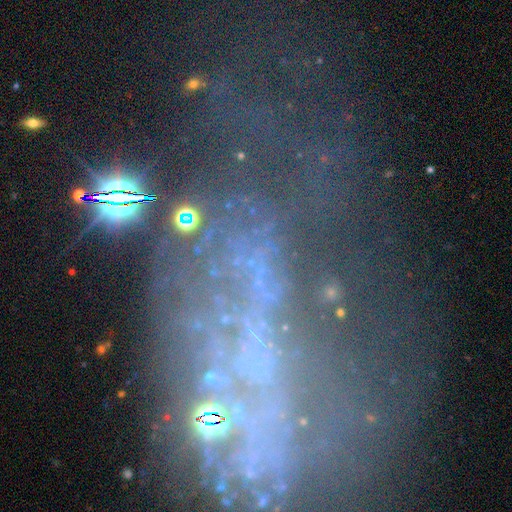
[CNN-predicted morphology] This is possibly a star or artifact rather than a galaxy (47%).